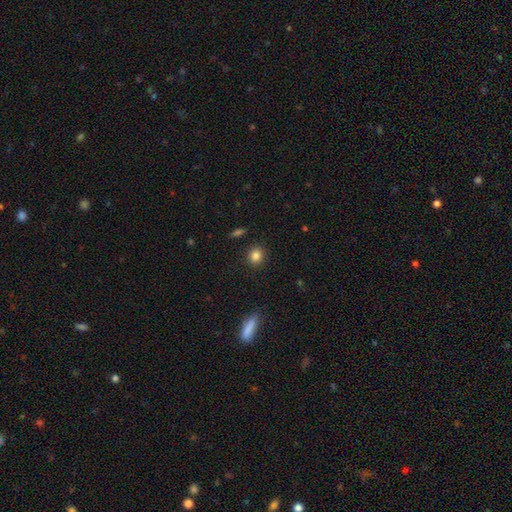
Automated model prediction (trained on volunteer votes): Smooth or featured?
  - smooth: 85% *
  - star or artifact: 10%
  - featured or disk: 5%
How rounded?
  - round: 76% *
  - in between: 22%
  - cigar-shaped: 1%
Merging?
  - none: 90% *
  - minor disturbance: 7%
  - major disturbance: 2%
  - merger: 2%